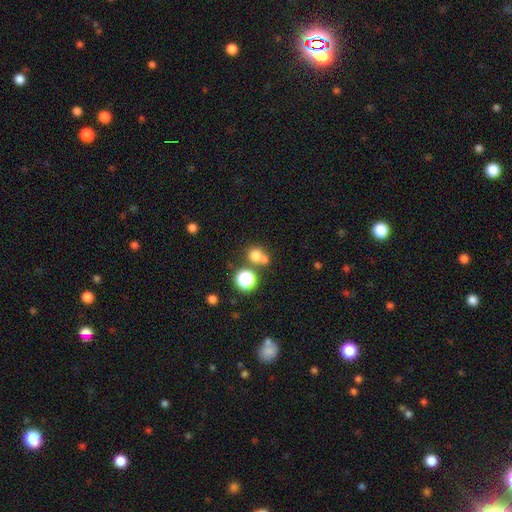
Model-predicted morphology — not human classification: smooth 73%, star or artifact 18%, featured or disk 9%. Down the decision tree: how rounded — round (82%); merging — none (49%).